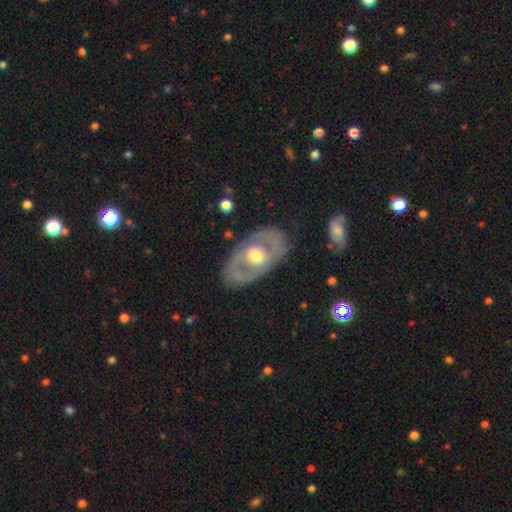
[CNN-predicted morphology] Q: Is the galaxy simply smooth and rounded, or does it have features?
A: featured or disk — 71%.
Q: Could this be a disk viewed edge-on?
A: no — 91%.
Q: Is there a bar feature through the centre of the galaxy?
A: no — 67%.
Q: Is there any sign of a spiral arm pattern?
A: no — 56%.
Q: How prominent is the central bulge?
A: moderate — 72%.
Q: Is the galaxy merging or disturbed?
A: none — 79%.